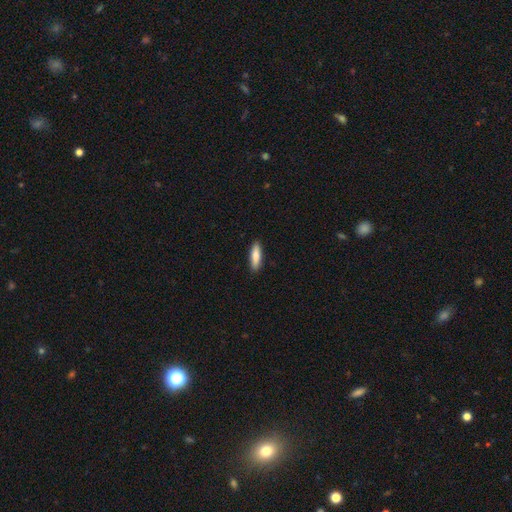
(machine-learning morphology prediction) The model was most divided on "how rounded": cigar-shaped: 61%, in between: 37%, round: 2%. More confident: merging — none (90%); smooth or featured — smooth (80%).